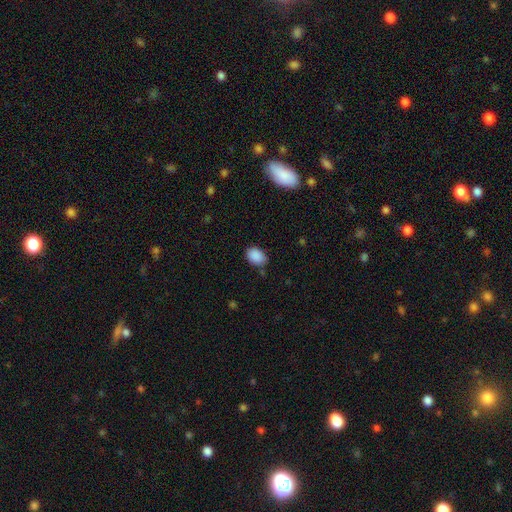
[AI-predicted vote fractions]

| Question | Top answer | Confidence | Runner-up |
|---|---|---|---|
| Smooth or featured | smooth | 89% | star or artifact (8%) |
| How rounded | in between | 78% | round (21%) |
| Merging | none | 75% | minor disturbance (19%) |